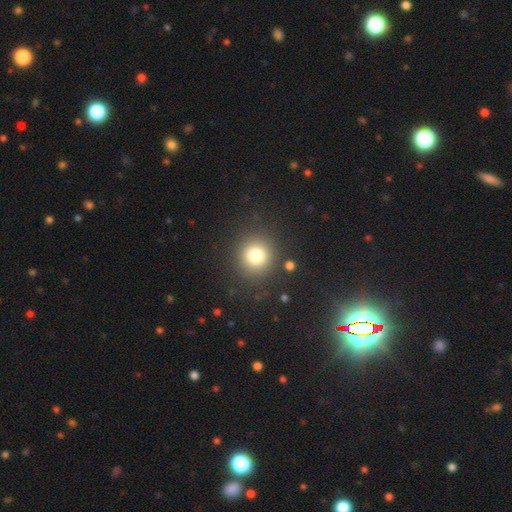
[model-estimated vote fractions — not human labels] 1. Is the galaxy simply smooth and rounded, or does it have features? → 78% smooth, 14% star or artifact, 8% featured or disk.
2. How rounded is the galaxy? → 91% round, 8% in between, 1% cigar-shaped.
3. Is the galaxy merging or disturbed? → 87% none, 7% minor disturbance, 4% major disturbance, 2% merger.